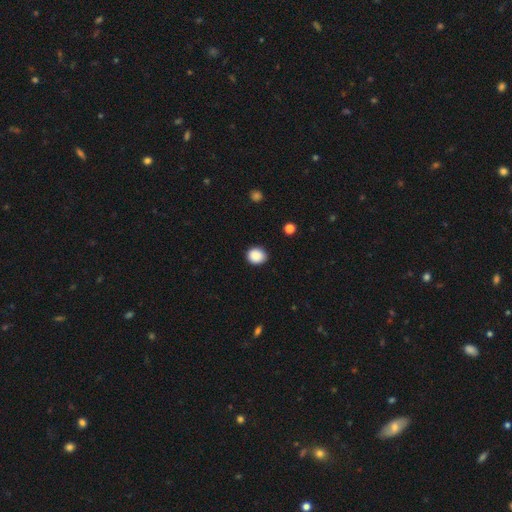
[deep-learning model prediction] Overall: smooth (88%). How rounded: round (75%). Merging: none (88%).